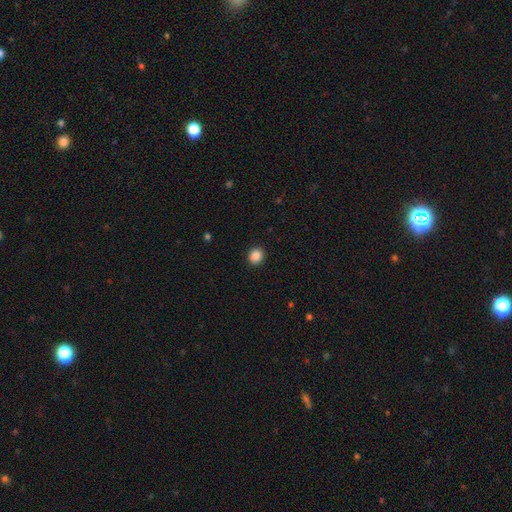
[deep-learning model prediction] This appears to be a smooth galaxy with no disk features (87%) that is round (84%). Merging: none (92%).